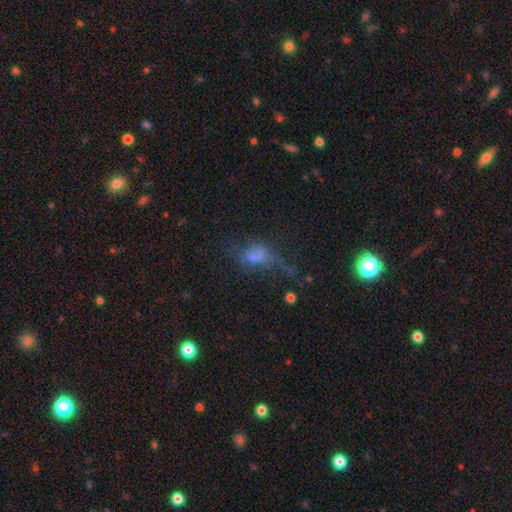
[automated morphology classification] smooth_or_featured: smooth (p=0.44) [alt: featured or disk p=0.30]
merging: major disturbance (p=0.40) [alt: none p=0.30]